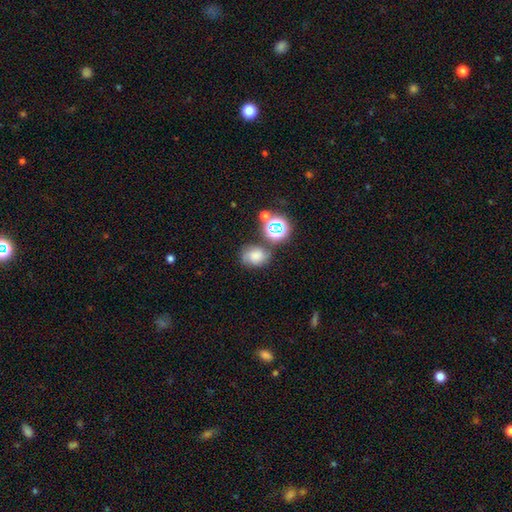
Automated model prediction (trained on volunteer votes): The model was most divided on "how rounded": in between: 51%, round: 48%, cigar-shaped: 1%. More confident: merging — none (56%); smooth or featured — smooth (52%).